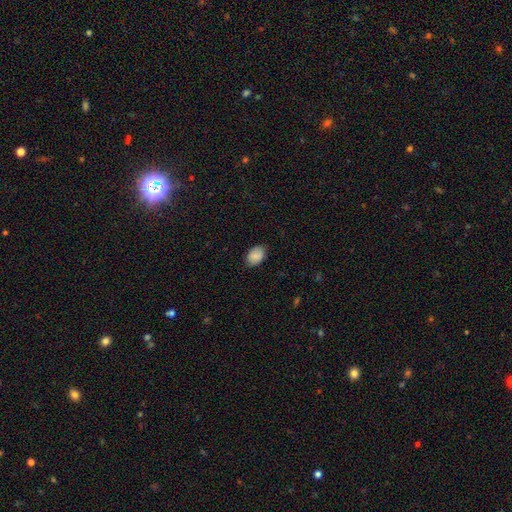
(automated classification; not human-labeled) Smooth or featured? smooth (88%)
How rounded? in between (84%)
Merging? none (84%)